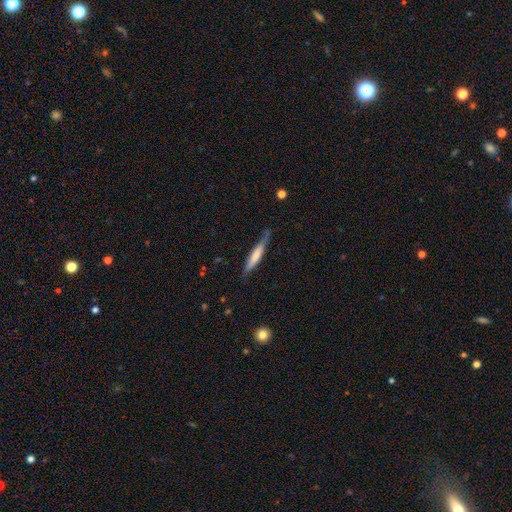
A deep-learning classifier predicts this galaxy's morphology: smooth_or_featured: smooth (p=0.62) [alt: featured or disk p=0.33]
how_rounded: cigar-shaped (p=0.91) [alt: in between p=0.08]
merging: none (p=0.71) [alt: minor disturbance p=0.22]